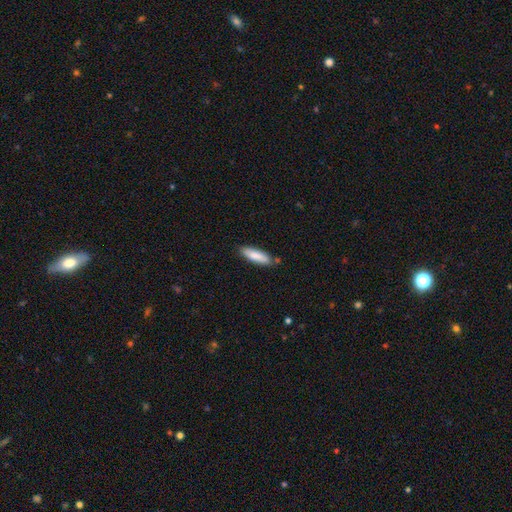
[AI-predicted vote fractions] smooth-or-featured: smooth: 83% | featured or disk: 11% | star or artifact: 6%
  how-rounded: cigar-shaped: 56% | in between: 42% | round: 1%
  merging: none: 80% | minor disturbance: 14% | merger: 4% | major disturbance: 2%